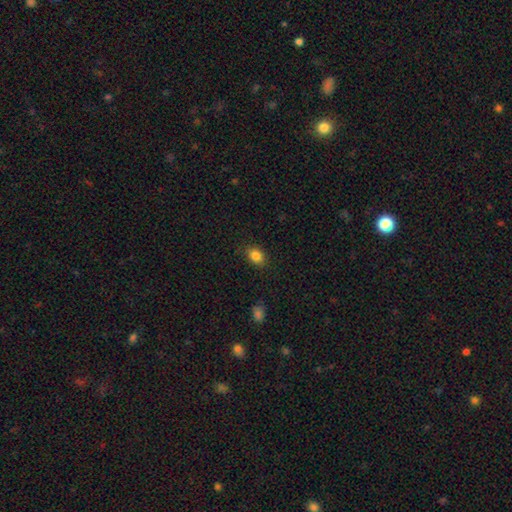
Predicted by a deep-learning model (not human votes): smooth_or_featured: smooth (p=0.85) [alt: star or artifact p=0.10]
how_rounded: in between (p=0.66) [alt: round p=0.33]
merging: none (p=0.84) [alt: minor disturbance p=0.12]